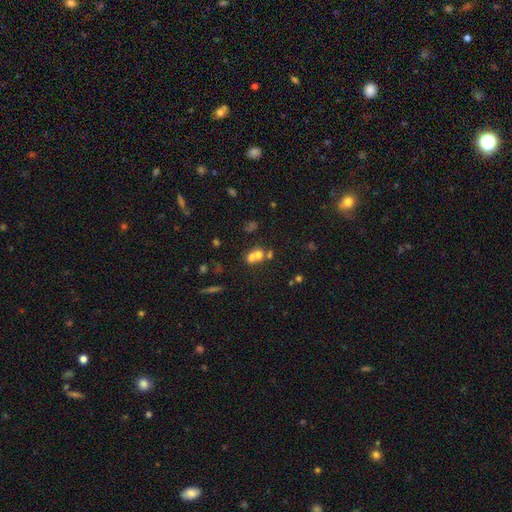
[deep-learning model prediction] This is possibly a smooth galaxy (60%). How rounded: likely round (70%). Merging: likely merger (63%).